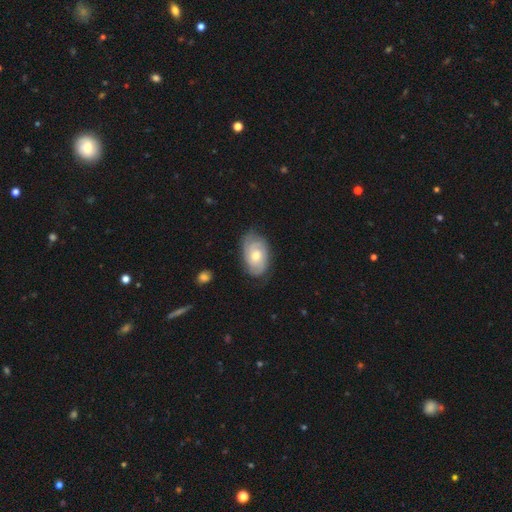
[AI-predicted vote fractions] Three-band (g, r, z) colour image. It shows a featured or disk galaxy (67%) with no bar (70%), tight (63%) spiral arms (89%) and a moderate central bulge (65%). Merging: none (72%).